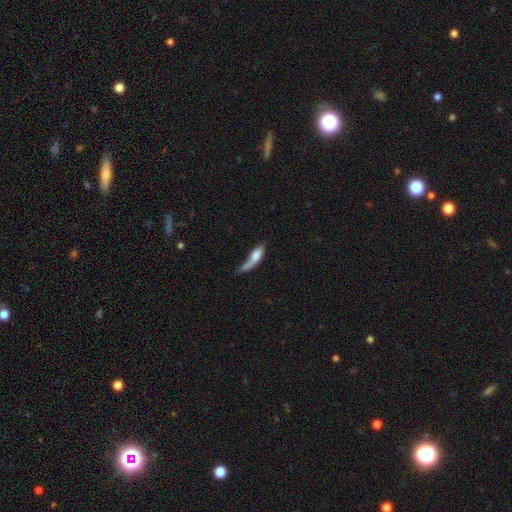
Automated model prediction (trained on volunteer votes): Smooth or featured?
  - smooth: 67% *
  - featured or disk: 26%
  - star or artifact: 8%
How rounded?
  - cigar-shaped: 52% *
  - in between: 44%
  - round: 3%
Merging?
  - major disturbance: 30% *
  - none: 27%
  - minor disturbance: 26%
  - merger: 17%